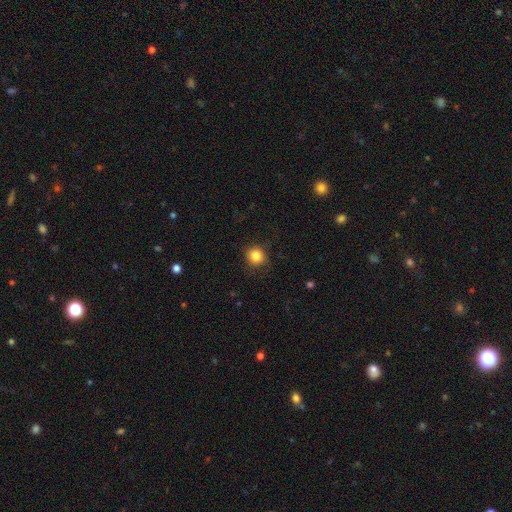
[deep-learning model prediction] A smooth galaxy with no disk features (84%) that is round (91%).

Vote fractions:
- Smooth or featured? smooth: 84% / star or artifact: 11% / featured or disk: 5%
- How rounded? round: 91% / in between: 8% / cigar-shaped: 1%
- Merging? none: 87% / minor disturbance: 9% / major disturbance: 3% / merger: 1%